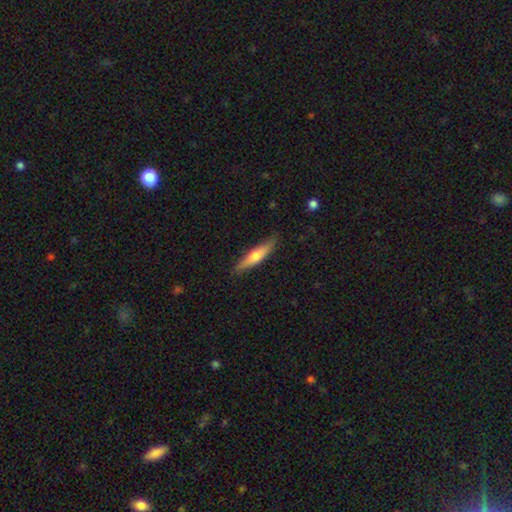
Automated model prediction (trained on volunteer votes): smooth 57%, featured or disk 37%, star or artifact 6%. Down the decision tree: how rounded — cigar-shaped (82%); merging — none (86%).